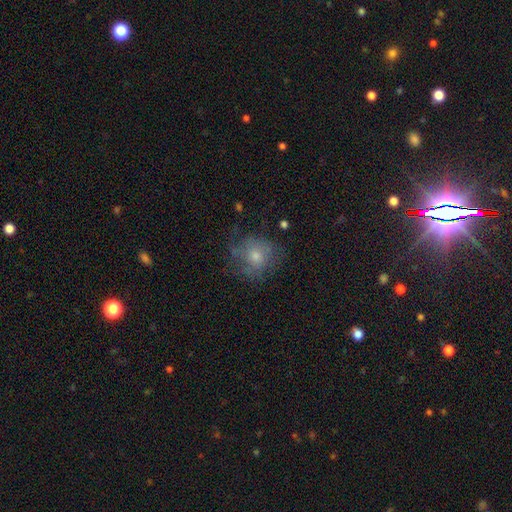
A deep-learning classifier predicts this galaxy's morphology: smooth 53%, featured or disk 32%, star or artifact 15%. Down the decision tree: how rounded — round (79%); merging — none (64%).